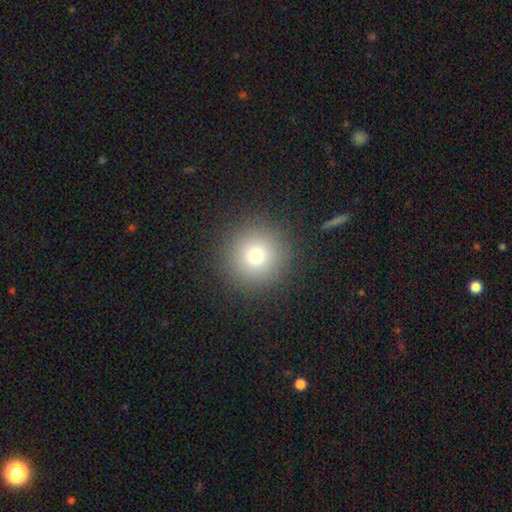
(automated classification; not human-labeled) Morphology: type=smooth (76%); roundness=round (96%); merging=none (91%).